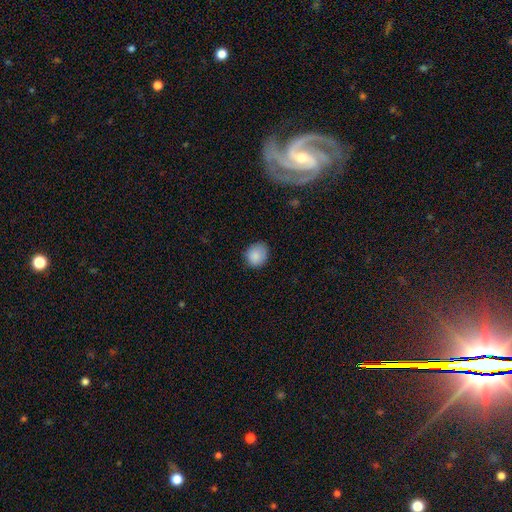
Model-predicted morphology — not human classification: This appears to be a smooth galaxy with no disk features (87%) that is round (70%). Merging: none (79%).